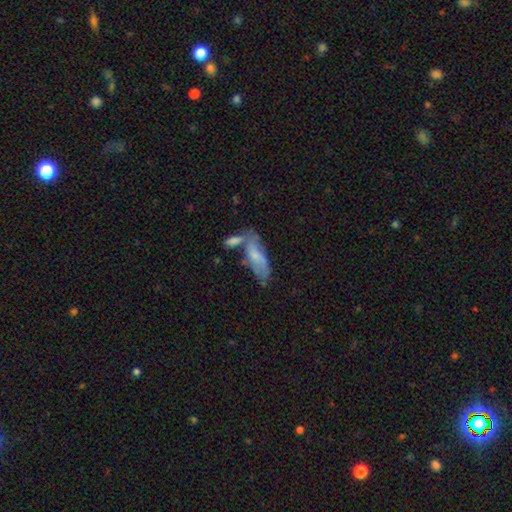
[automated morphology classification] This is possibly a smooth galaxy (52%). How rounded: likely in between (64%). Merging: marginally none (37%).